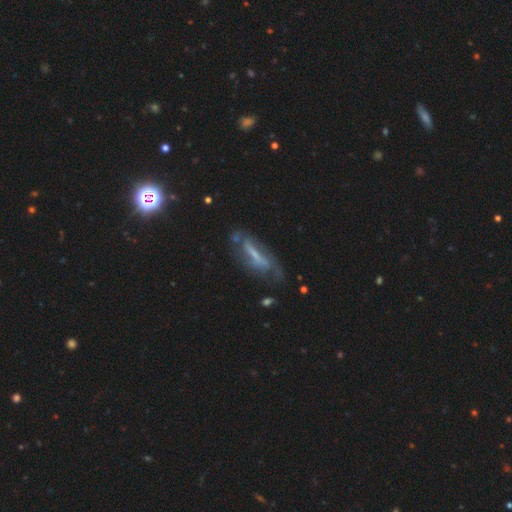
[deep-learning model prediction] Morphology: type=featured or disk (61%); edge-on=no (67%); merging=none (50%).